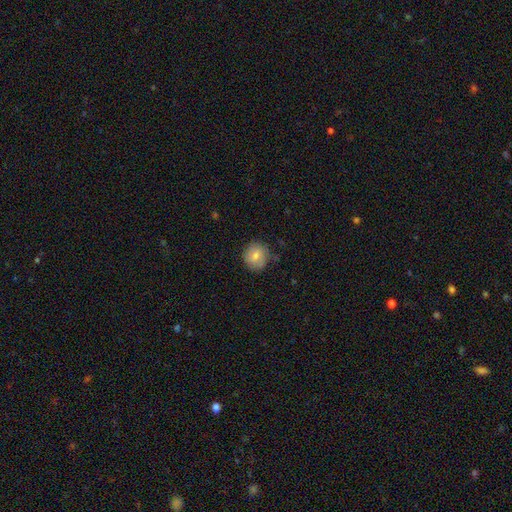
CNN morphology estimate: Q: Smooth or featured?
A: smooth (75%); runner-up: featured or disk (17%)
Q: How rounded?
A: round (86%); runner-up: in between (13%)
Q: Merging?
A: none (82%); runner-up: minor disturbance (14%)